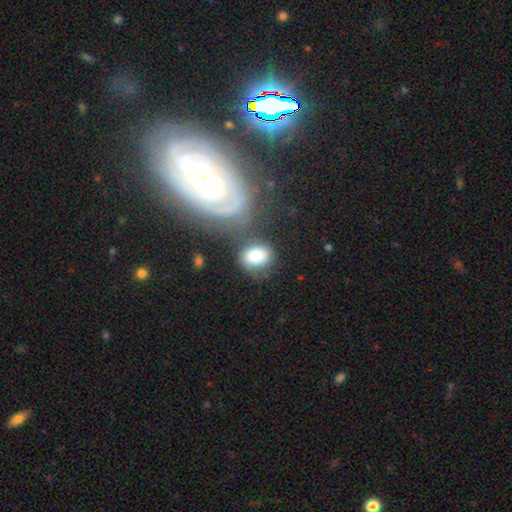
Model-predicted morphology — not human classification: Smooth or featured? Predicted: smooth (p=0.78). How rounded? Predicted: in between (p=0.54). Merging? Predicted: none (p=0.62).